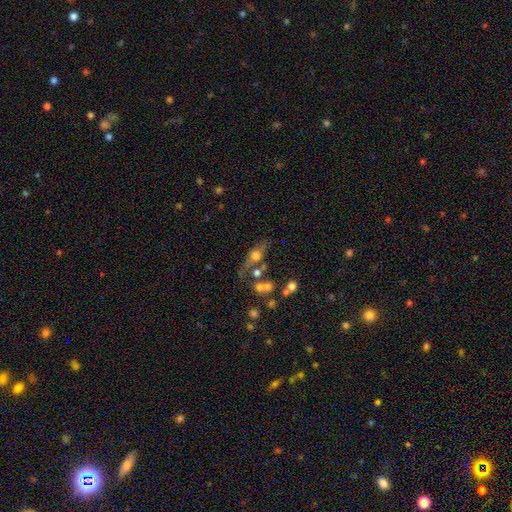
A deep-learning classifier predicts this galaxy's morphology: The model was most divided on "smooth or featured": smooth: 48%, featured or disk: 39%, star or artifact: 13%. Remaining: merging — none (42%).